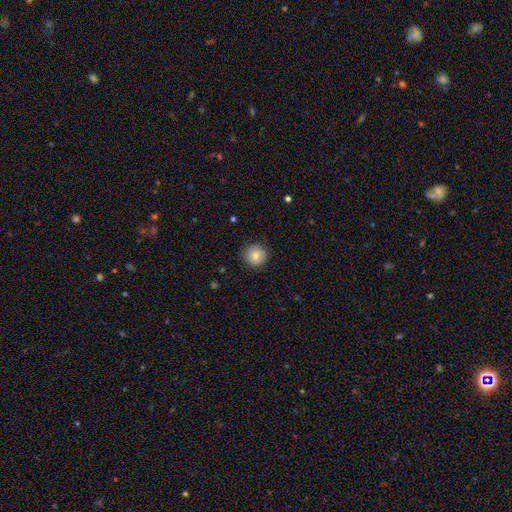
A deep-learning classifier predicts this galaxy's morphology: This appears to be a smooth galaxy with no disk features (76%) that is round (94%). Merging: none (86%).